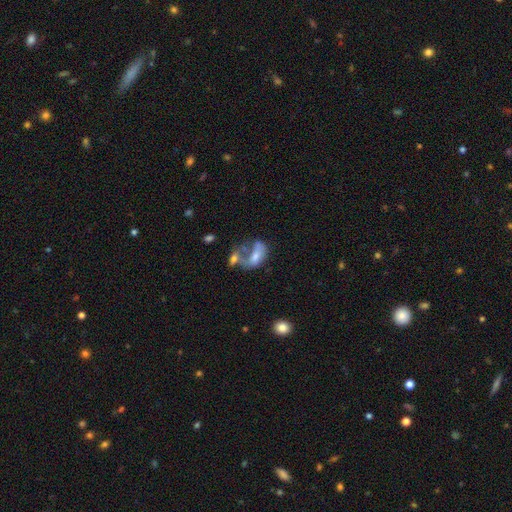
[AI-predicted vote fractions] Smooth or featured: smooth — 51% (featured or disk — 38%)
How rounded: in between — 86% (round — 10%)
Merging: merger — 52% (major disturbance — 23%)